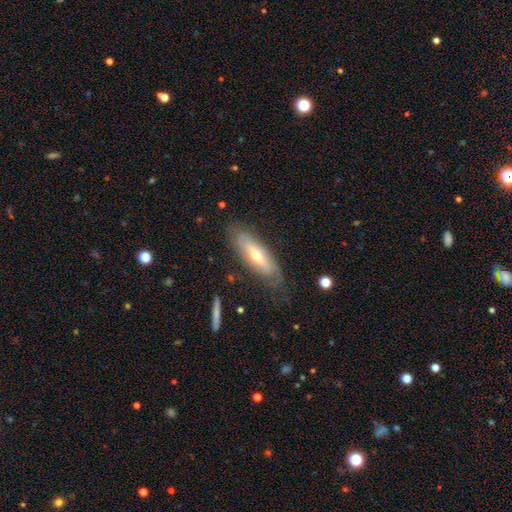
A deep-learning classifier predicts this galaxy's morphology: A featured or disk galaxy (54%).

Vote fractions:
- Smooth or featured? featured or disk: 54% / smooth: 40% / star or artifact: 6%
- Edge-on disk? no: 62% / yes: 38%
- Merging? none: 72% / minor disturbance: 20% / major disturbance: 7% / merger: 2%